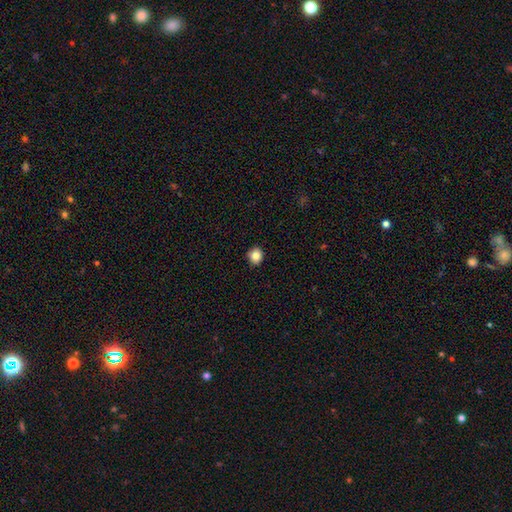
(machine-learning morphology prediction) Smooth or featured? Predicted: smooth (p=0.85). How rounded? Predicted: round (p=0.77). Merging? Predicted: none (p=0.89).